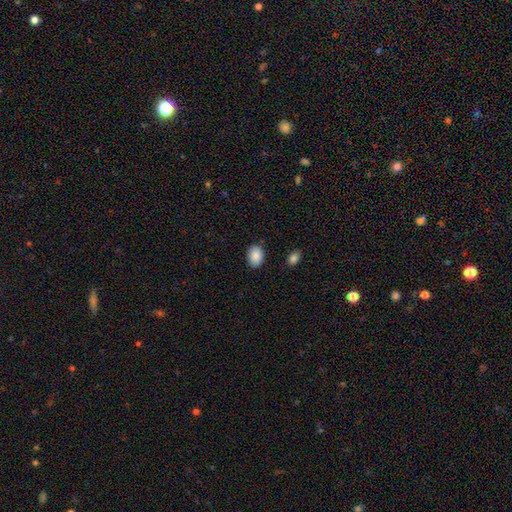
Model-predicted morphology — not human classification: smooth_or_featured: smooth (p=0.88) [alt: star or artifact p=0.07]
how_rounded: in between (p=0.76) [alt: round p=0.23]
merging: none (p=0.87) [alt: minor disturbance p=0.10]